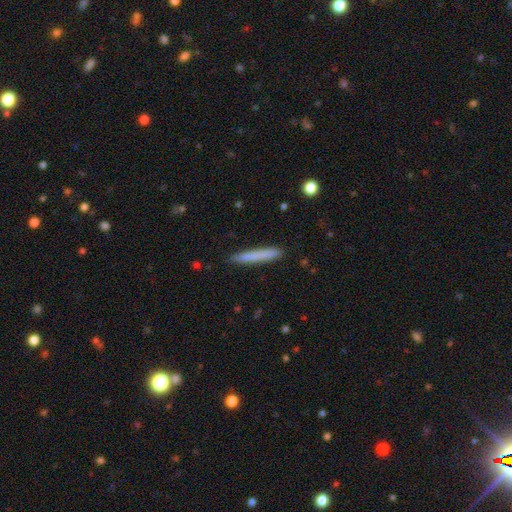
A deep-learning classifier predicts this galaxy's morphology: Smooth or featured: smooth — 73% (featured or disk — 20%)
How rounded: cigar-shaped — 96% (in between — 3%)
Merging: none — 90% (minor disturbance — 7%)